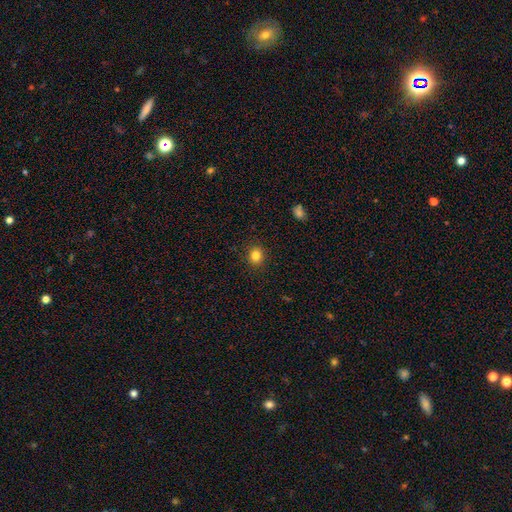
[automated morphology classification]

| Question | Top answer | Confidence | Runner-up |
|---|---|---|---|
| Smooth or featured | smooth | 83% | star or artifact (12%) |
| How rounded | round | 76% | in between (23%) |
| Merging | none | 91% | minor disturbance (6%) |